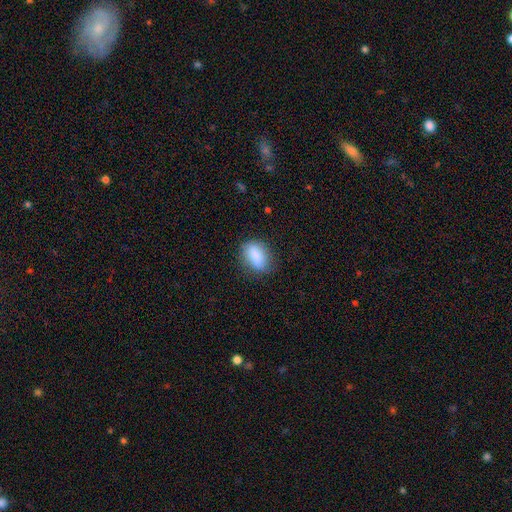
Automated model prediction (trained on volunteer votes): A smooth galaxy with no disk features (85%) that is in between round and cigar-shaped (83%).

Vote fractions:
- Smooth or featured? smooth: 85% / featured or disk: 8% / star or artifact: 7%
- How rounded? in between: 83% / round: 13% / cigar-shaped: 4%
- Merging? none: 76% / minor disturbance: 18% / major disturbance: 5% / merger: 1%